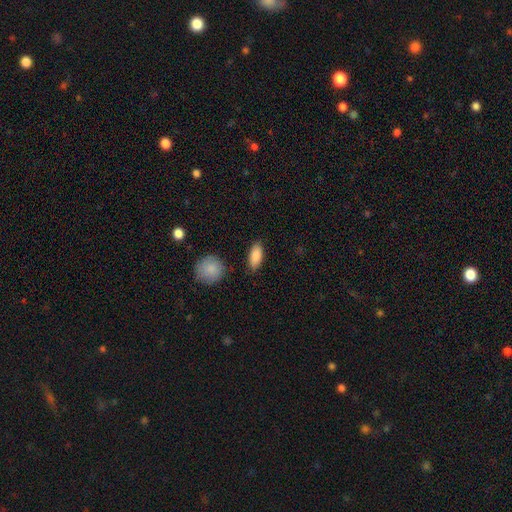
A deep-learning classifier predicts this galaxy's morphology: This is clearly a smooth galaxy (87%). How rounded: clearly in between (85%). Merging: clearly none (83%).